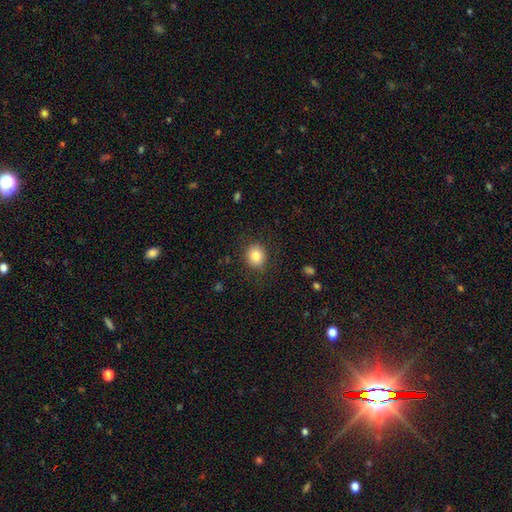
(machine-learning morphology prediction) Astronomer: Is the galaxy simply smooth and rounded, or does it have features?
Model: smooth — 83%.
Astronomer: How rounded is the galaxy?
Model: round — 74%.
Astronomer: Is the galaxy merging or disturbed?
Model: none — 85%.